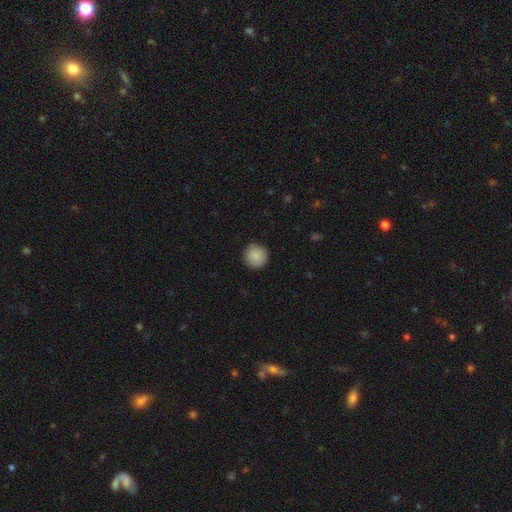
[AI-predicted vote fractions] Morphology: type=smooth (88%); roundness=round (94%); merging=none (89%).